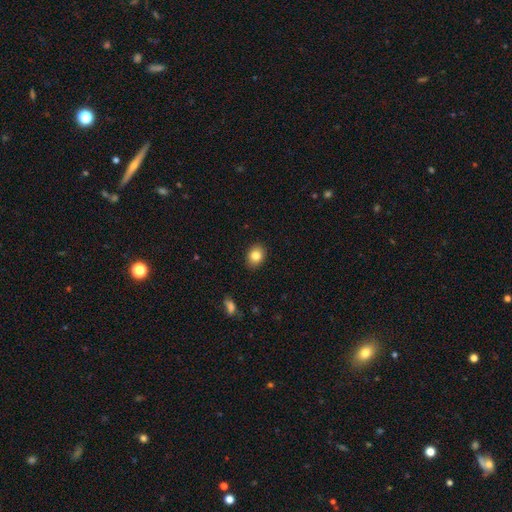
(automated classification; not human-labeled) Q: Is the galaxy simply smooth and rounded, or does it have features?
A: smooth — 83%.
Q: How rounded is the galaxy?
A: in between — 56%.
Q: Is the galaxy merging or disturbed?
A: none — 89%.